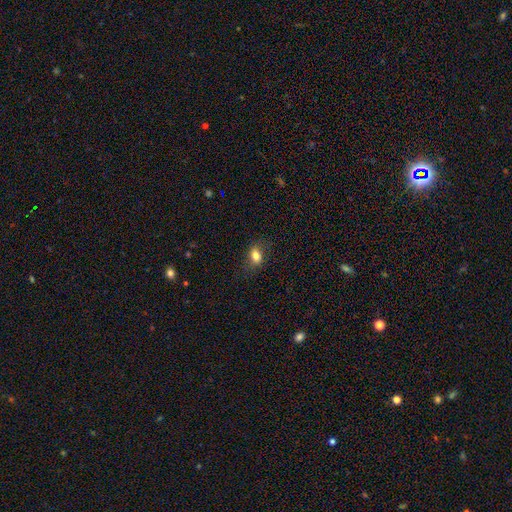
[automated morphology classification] This appears to be a smooth galaxy with no disk features (79%) that is in between round and cigar-shaped (76%). Merging: none (77%).